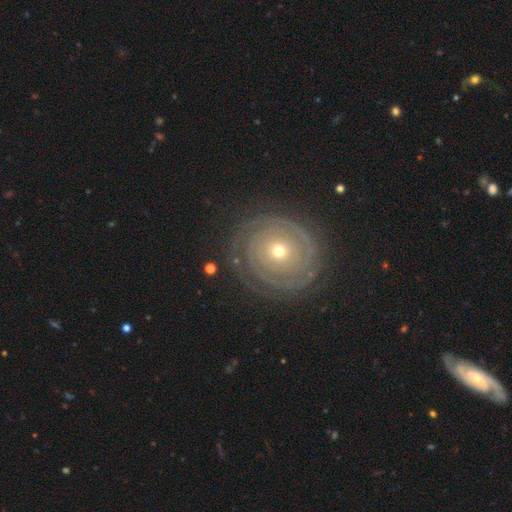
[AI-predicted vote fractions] smooth_or_featured: featured or disk (p=0.70) [alt: smooth p=0.20]
disk_edge_on: no (p=0.96) [alt: yes p=0.04]
bar: no (p=0.83) [alt: weak p=0.12]
has_spiral_arms: yes (p=0.78) [alt: no p=0.22]
spiral_winding: tight (p=0.84) [alt: medium p=0.11]
spiral_arm_count: can't tell (p=0.41) [alt: 2 p=0.25]
bulge_size: small (p=0.51) [alt: moderate p=0.44]
merging: none (p=0.84) [alt: minor disturbance p=0.10]